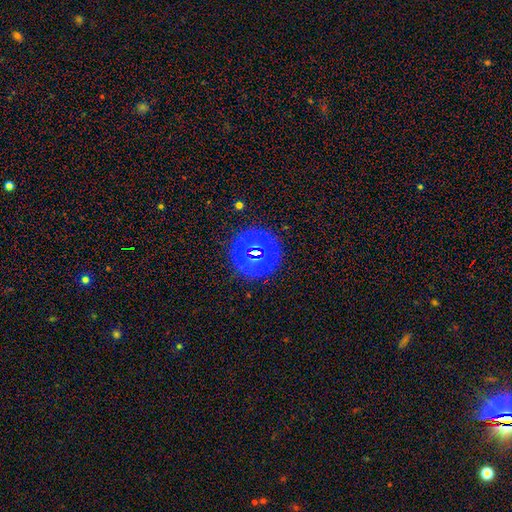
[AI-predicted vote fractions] Smooth or featured: star or artifact — 73% (smooth — 18%)